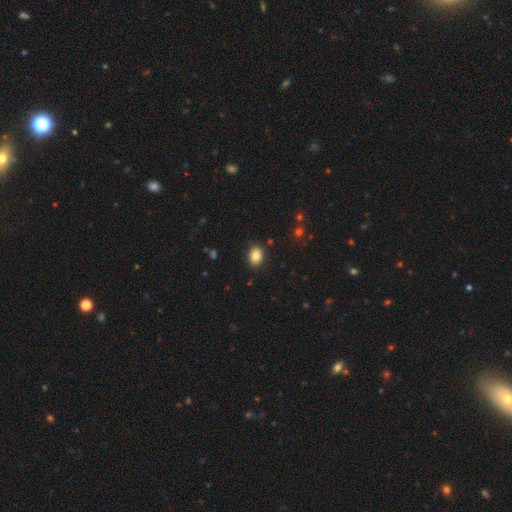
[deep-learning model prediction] Q: Smooth or featured?
A: smooth (83%); runner-up: star or artifact (9%)
Q: How rounded?
A: in between (65%); runner-up: round (34%)
Q: Merging?
A: none (89%); runner-up: minor disturbance (8%)